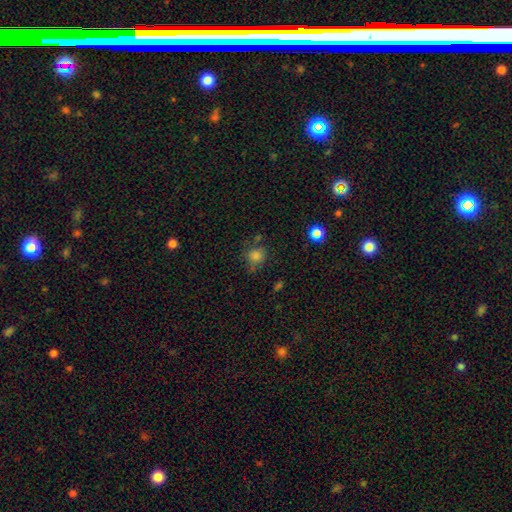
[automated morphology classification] Overall: smooth (80%). How rounded: round (81%). Merging: none (68%).